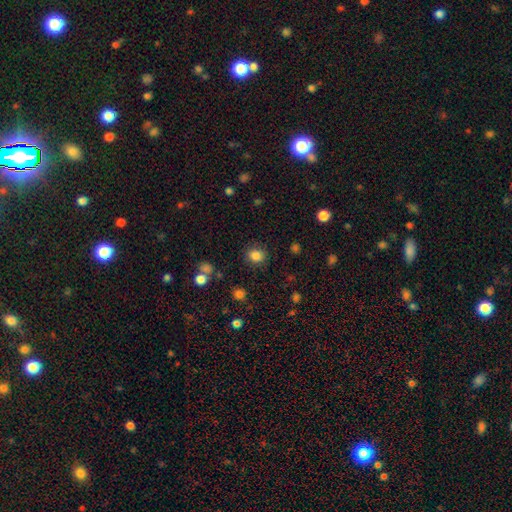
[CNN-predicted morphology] Overall: smooth (84%). How rounded: round (72%). Merging: none (85%).